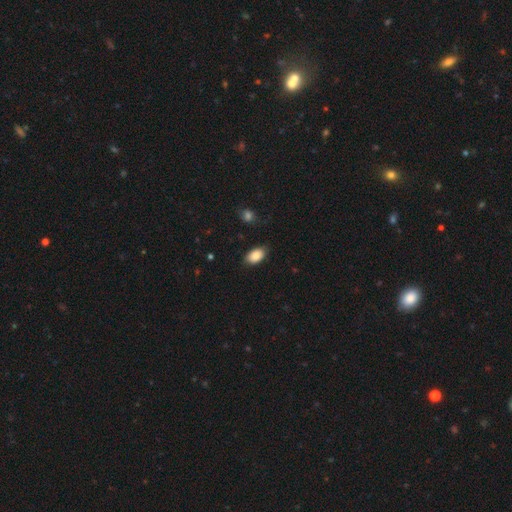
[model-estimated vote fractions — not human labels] Smooth or featured: smooth — 87% (star or artifact — 7%)
How rounded: in between — 92% (round — 7%)
Merging: none — 83% (minor disturbance — 13%)